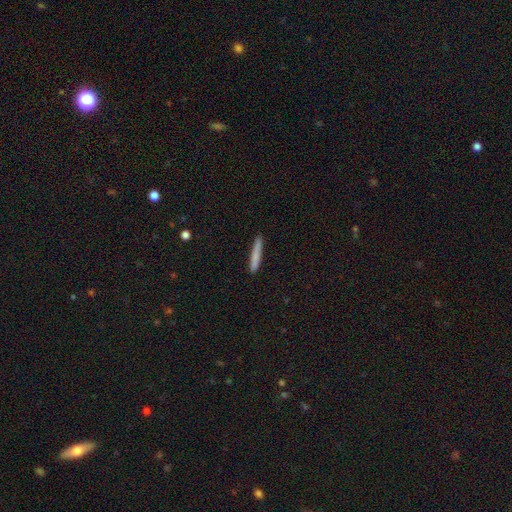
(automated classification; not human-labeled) smooth 78%, featured or disk 16%, star or artifact 6%. Down the decision tree: how rounded — cigar-shaped (96%); merging — none (89%).